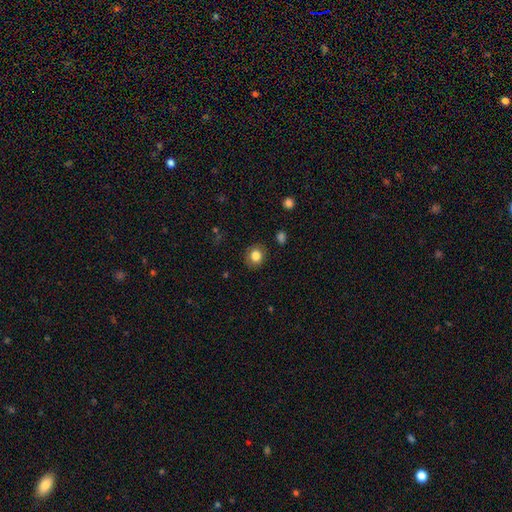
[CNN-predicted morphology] The model was most divided on "how rounded": round: 76%, in between: 23%, cigar-shaped: 1%. More confident: merging — none (88%); smooth or featured — smooth (83%).